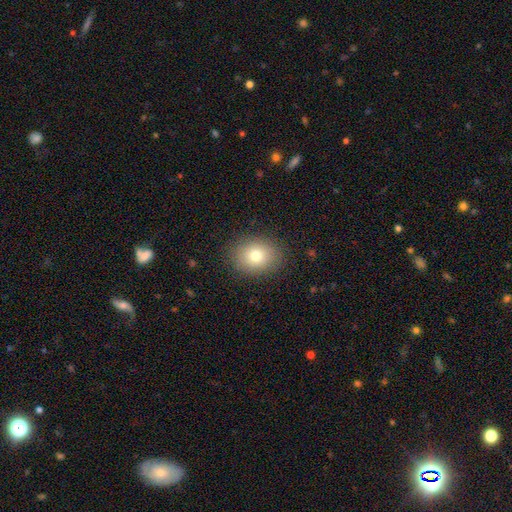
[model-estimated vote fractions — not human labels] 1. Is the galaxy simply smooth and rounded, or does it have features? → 78% smooth, 12% star or artifact, 11% featured or disk.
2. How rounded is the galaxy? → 54% round, 45% in between, 1% cigar-shaped.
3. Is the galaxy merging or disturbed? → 88% none, 8% minor disturbance, 3% major disturbance, 1% merger.